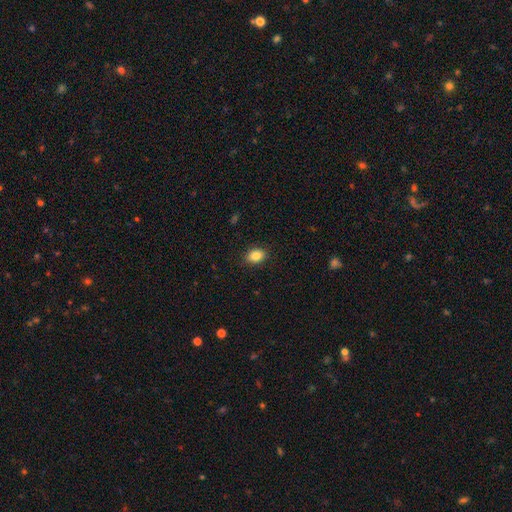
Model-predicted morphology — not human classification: Q: Smooth or featured?
A: smooth (86%); runner-up: star or artifact (9%)
Q: How rounded?
A: in between (79%); runner-up: round (19%)
Q: Merging?
A: none (88%); runner-up: minor disturbance (9%)